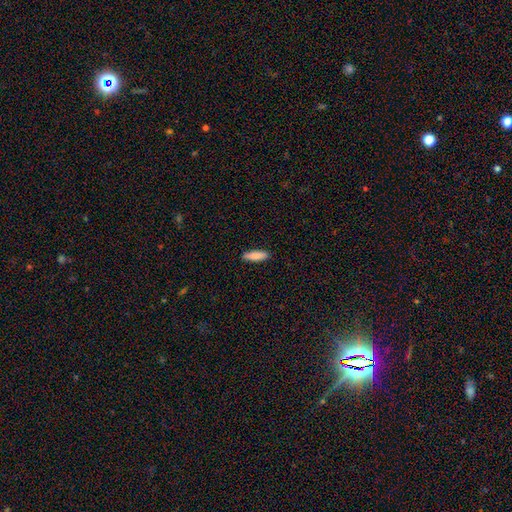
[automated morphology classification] A smooth galaxy with no disk features (82%) that is cigar-shaped (59%).

Vote fractions:
- Smooth or featured? smooth: 82% / featured or disk: 13% / star or artifact: 6%
- How rounded? cigar-shaped: 59% / in between: 39% / round: 2%
- Merging? none: 89% / minor disturbance: 8% / major disturbance: 2% / merger: 1%